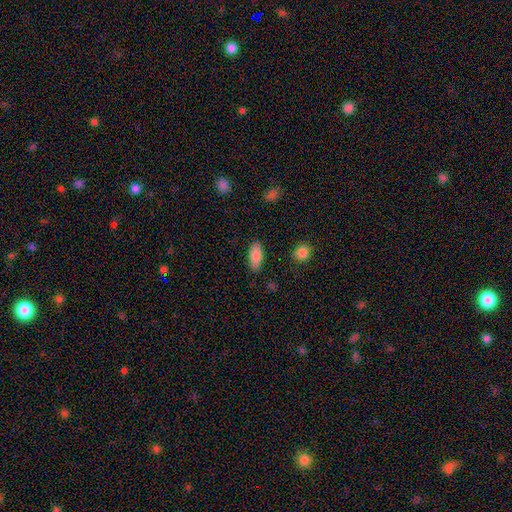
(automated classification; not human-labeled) A smooth galaxy with no disk features (86%) that is in between round and cigar-shaped (88%). Merging: none (85%).